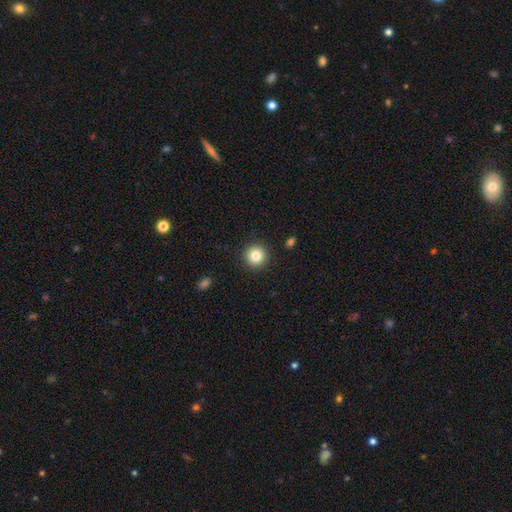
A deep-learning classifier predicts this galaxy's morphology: smooth-or-featured: smooth: 83% | star or artifact: 10% | featured or disk: 7%
  how-rounded: round: 95% | in between: 4% | cigar-shaped: 1%
  merging: none: 91% | minor disturbance: 6% | major disturbance: 2% | merger: 1%